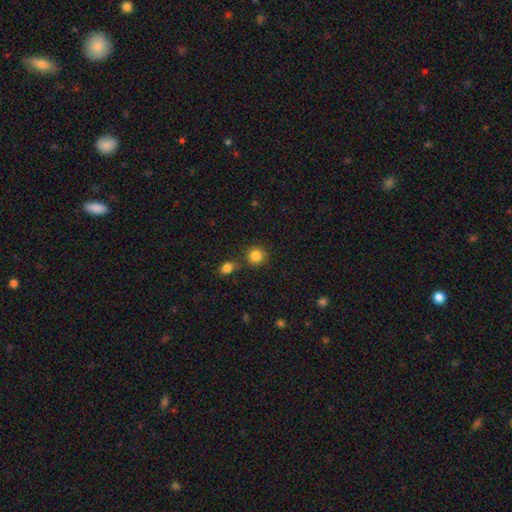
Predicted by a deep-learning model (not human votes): smooth-or-featured: smooth: 85% | star or artifact: 10% | featured or disk: 5%
  how-rounded: round: 90% | in between: 9% | cigar-shaped: 1%
  merging: none: 76% | merger: 12% | minor disturbance: 9% | major disturbance: 3%